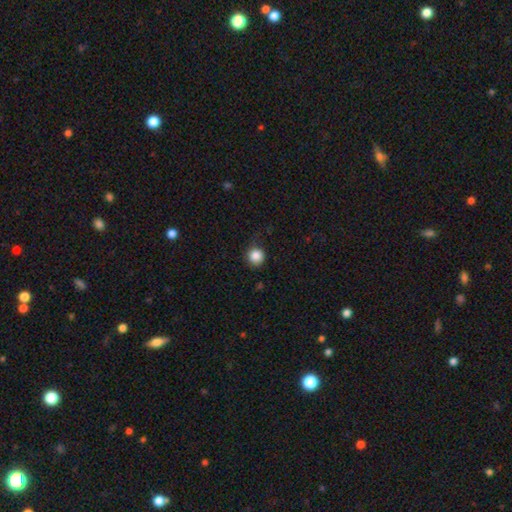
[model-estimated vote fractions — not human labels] smooth_or_featured: smooth (p=0.86) [alt: star or artifact p=0.10]
how_rounded: round (p=0.93) [alt: in between p=0.06]
merging: none (p=0.75) [alt: minor disturbance p=0.18]